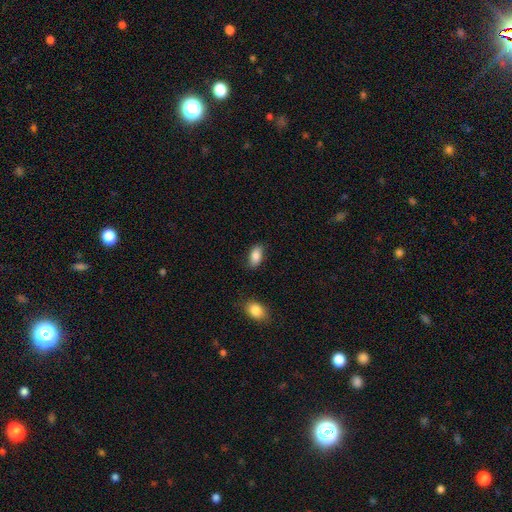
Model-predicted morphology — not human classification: smooth_or_featured: smooth (p=0.85) [alt: star or artifact p=0.08]
how_rounded: in between (p=0.92) [alt: round p=0.05]
merging: none (p=0.82) [alt: minor disturbance p=0.13]